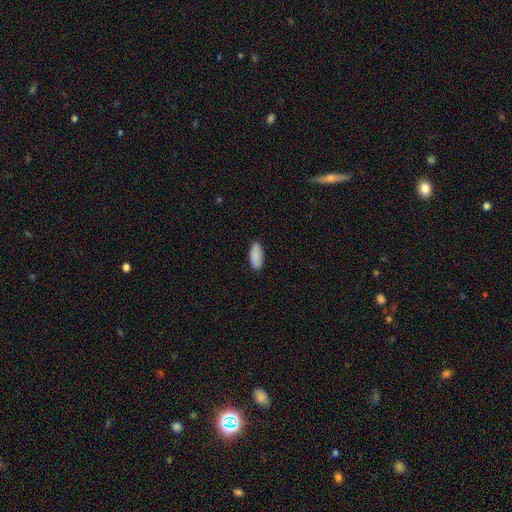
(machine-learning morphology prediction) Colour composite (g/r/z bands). It shows a smooth galaxy with no disk features (89%) that is in between round and cigar-shaped (90%). Merging: none (89%).